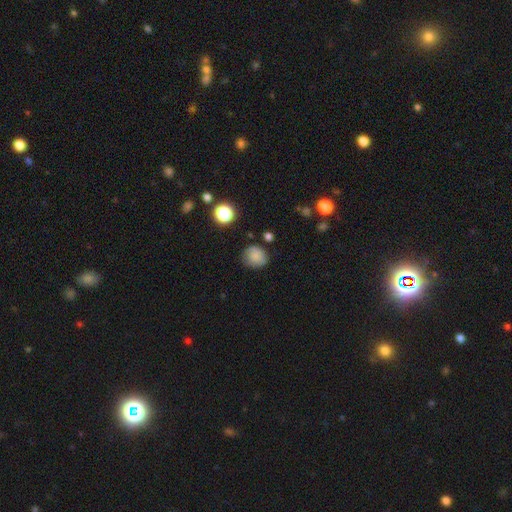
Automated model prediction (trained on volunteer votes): A smooth galaxy with no disk features (81%) that is round (81%). Merging: none (74%).